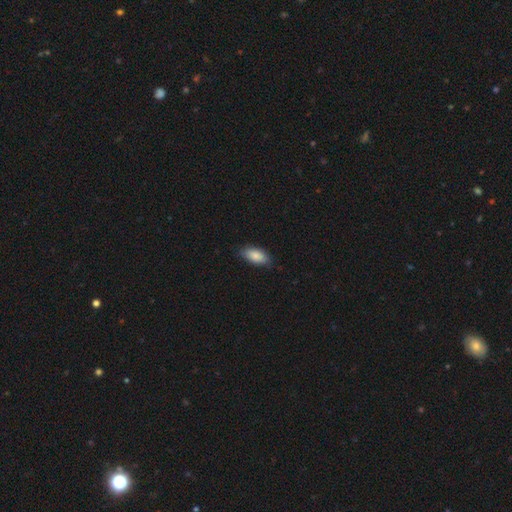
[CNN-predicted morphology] A smooth galaxy with no disk features (86%) that is in between round and cigar-shaped (90%). Merging: none (81%).